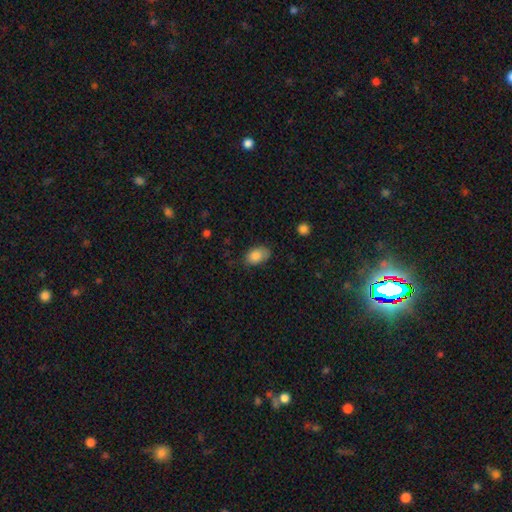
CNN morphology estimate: Smooth or featured?
  - smooth: 84% *
  - featured or disk: 8%
  - star or artifact: 8%
How rounded?
  - in between: 86% *
  - round: 13%
  - cigar-shaped: 1%
Merging?
  - none: 66% *
  - minor disturbance: 26%
  - major disturbance: 6%
  - merger: 1%